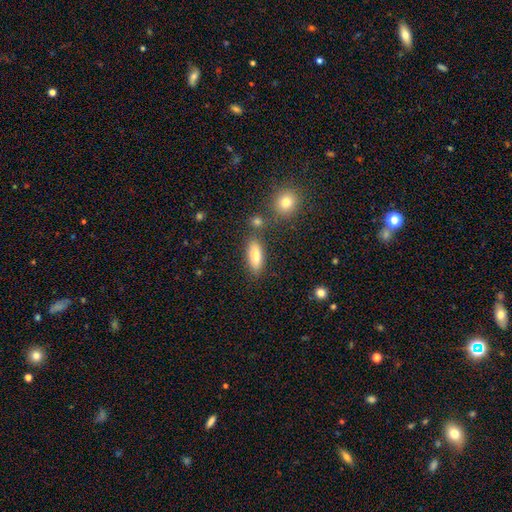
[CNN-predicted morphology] Smooth or featured? smooth (79%)
How rounded? in between (66%)
Merging? none (77%)